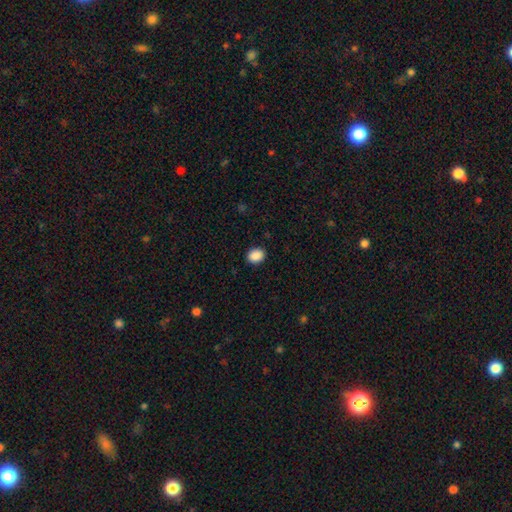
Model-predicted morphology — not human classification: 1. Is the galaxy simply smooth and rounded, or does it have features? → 89% smooth, 8% star or artifact, 2% featured or disk.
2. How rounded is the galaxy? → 56% in between, 44% round, 1% cigar-shaped.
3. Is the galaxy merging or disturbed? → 90% none, 7% minor disturbance, 2% major disturbance, 1% merger.